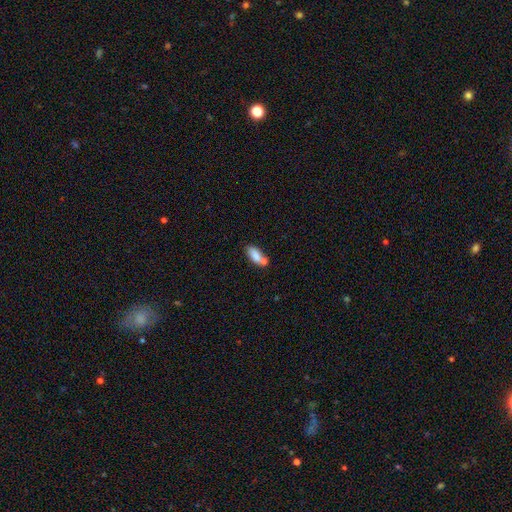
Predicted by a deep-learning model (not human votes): Smooth or featured: smooth — 80% (featured or disk — 12%)
How rounded: in between — 84% (cigar-shaped — 13%)
Merging: none — 44% (merger — 36%)